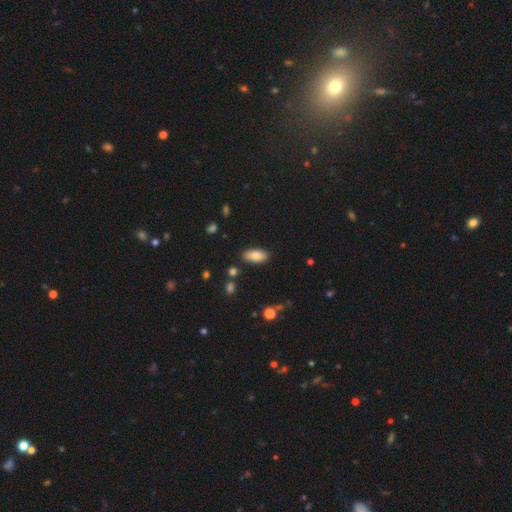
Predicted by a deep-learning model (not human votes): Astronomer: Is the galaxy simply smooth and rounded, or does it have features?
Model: smooth — 82%.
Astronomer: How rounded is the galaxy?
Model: in between — 88%.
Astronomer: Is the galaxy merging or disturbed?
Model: none — 87%.